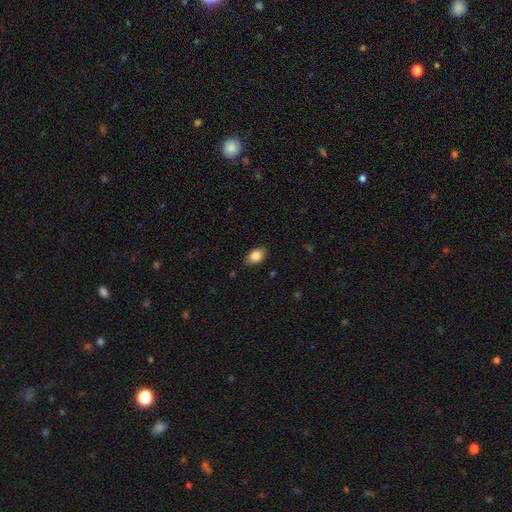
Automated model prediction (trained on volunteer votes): Smooth or featured? smooth (85%)
How rounded? in between (81%)
Merging? none (86%)